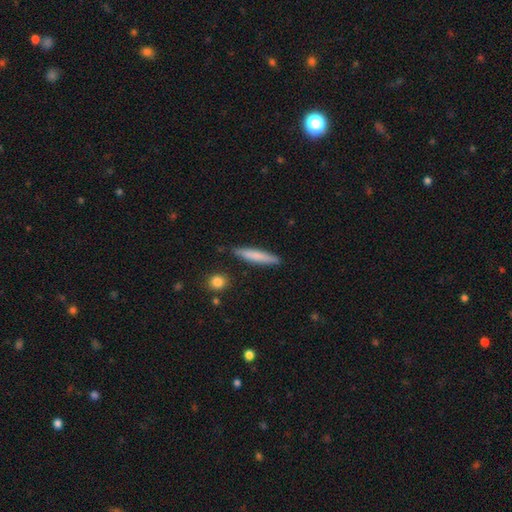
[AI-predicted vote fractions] This is likely a smooth galaxy (76%). How rounded: clearly cigar-shaped (91%). Merging: clearly none (87%).